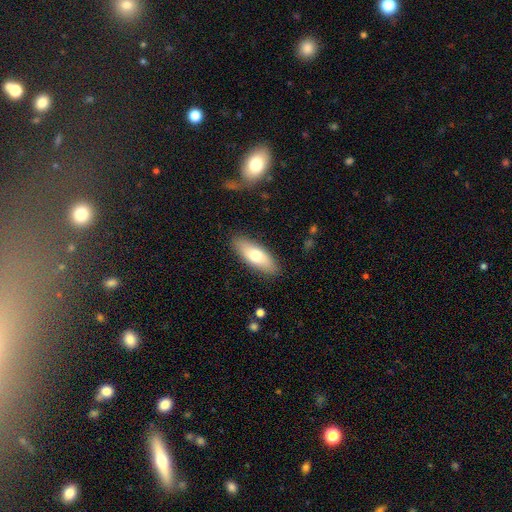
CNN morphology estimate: Smooth or featured?
  - smooth: 69% *
  - featured or disk: 25%
  - star or artifact: 6%
How rounded?
  - in between: 69% *
  - cigar-shaped: 28%
  - round: 2%
Merging?
  - none: 87% *
  - minor disturbance: 9%
  - major disturbance: 2%
  - merger: 1%